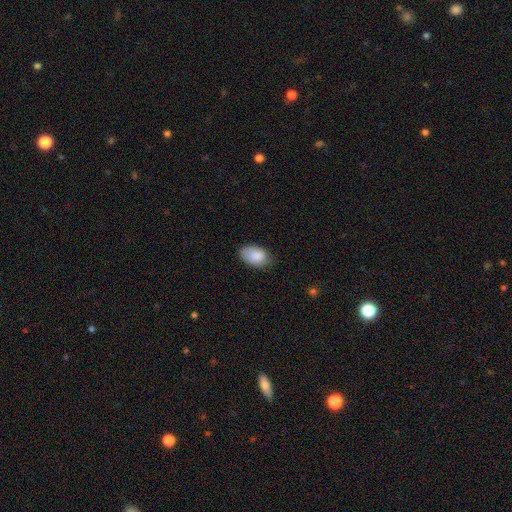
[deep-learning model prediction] Smooth or featured?
  - smooth: 87% *
  - featured or disk: 7%
  - star or artifact: 6%
How rounded?
  - in between: 93% *
  - round: 6%
  - cigar-shaped: 1%
Merging?
  - none: 71% *
  - minor disturbance: 23%
  - major disturbance: 4%
  - merger: 1%